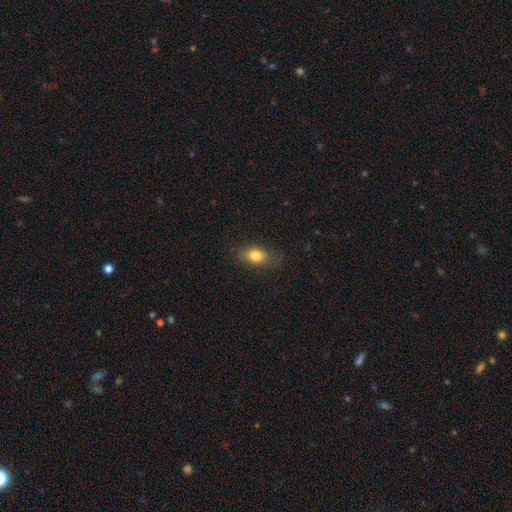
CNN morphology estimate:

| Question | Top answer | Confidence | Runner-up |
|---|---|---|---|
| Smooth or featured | smooth | 81% | featured or disk (10%) |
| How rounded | in between | 80% | round (17%) |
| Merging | none | 80% | minor disturbance (15%) |